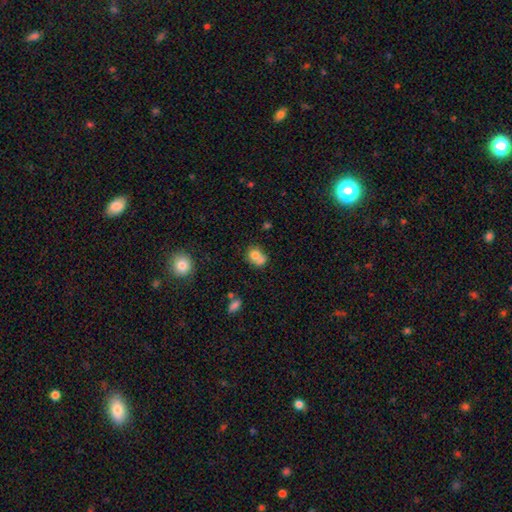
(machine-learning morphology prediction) Smooth or featured: smooth — 74% (featured or disk — 16%)
How rounded: round — 57% (in between — 42%)
Merging: merger — 47% (none — 32%)